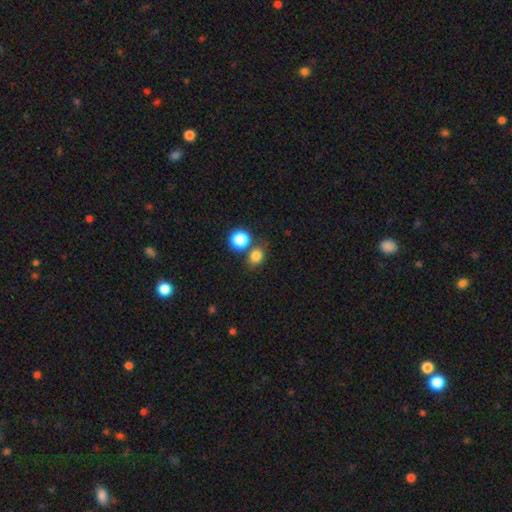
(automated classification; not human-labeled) Smooth or featured? smooth (81%)
How rounded? round (70%)
Merging? none (63%)